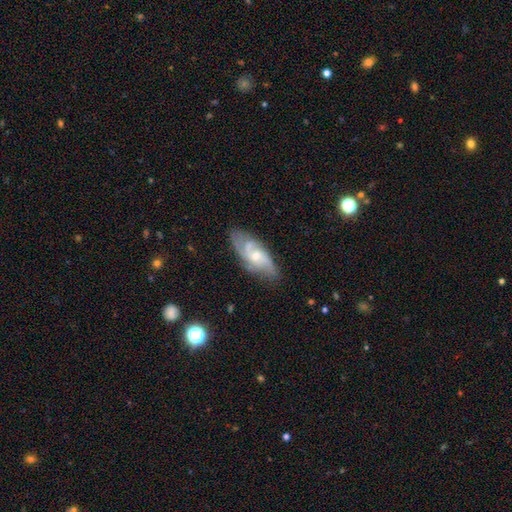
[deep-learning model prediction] Smooth or featured?
  - featured or disk: 76% *
  - smooth: 18%
  - star or artifact: 6%
Edge-on disk?
  - no: 92% *
  - yes: 8%
Bar?
  - no: 57% *
  - weak: 36%
  - strong: 7%
Spiral arms?
  - yes: 93% *
  - no: 7%
Spiral winding?
  - medium: 48% *
  - tight: 28%
  - loose: 25%
Spiral arm count?
  - 2: 42% *
  - 3: 26%
  - can't tell: 19%
  - 4: 6%
  - 1: 4%
  - more than 4: 3%
Bulge size?
  - small: 54% *
  - moderate: 41%
  - none: 2%
  - large: 2%
  - dominant: 1%
Merging?
  - none: 72% *
  - minor disturbance: 20%
  - major disturbance: 6%
  - merger: 2%